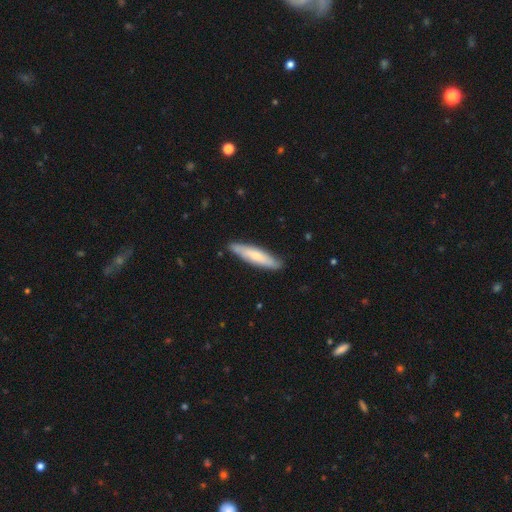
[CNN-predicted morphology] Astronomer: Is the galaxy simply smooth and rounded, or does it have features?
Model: smooth — 62%.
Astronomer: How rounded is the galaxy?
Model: cigar-shaped — 82%.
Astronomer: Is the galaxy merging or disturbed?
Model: none — 84%.